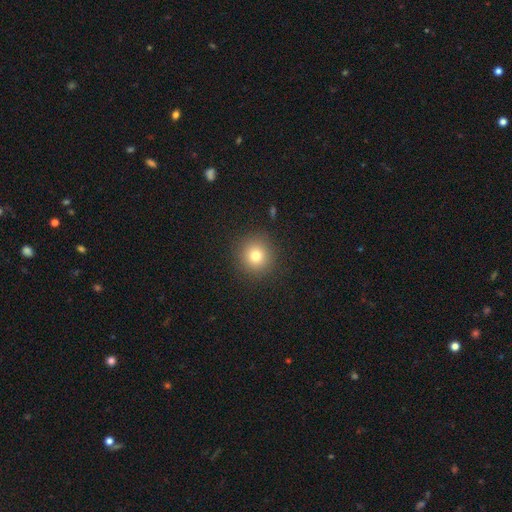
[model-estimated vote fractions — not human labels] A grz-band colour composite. It shows a smooth galaxy with no disk features (77%) that is round (93%). Merging: none (90%).